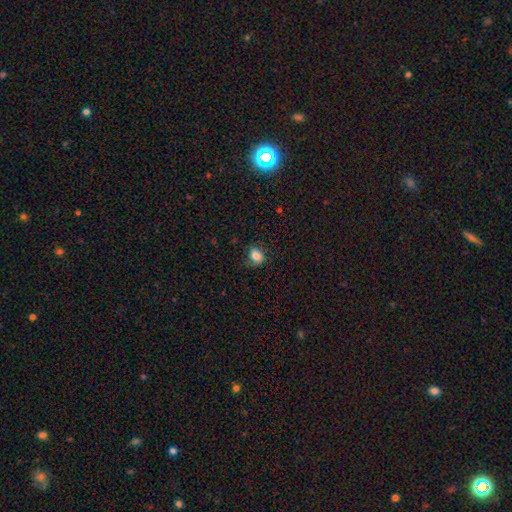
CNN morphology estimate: Smooth or featured: smooth — 82% (star or artifact — 10%)
How rounded: in between — 53% (round — 46%)
Merging: none — 68% (minor disturbance — 24%)